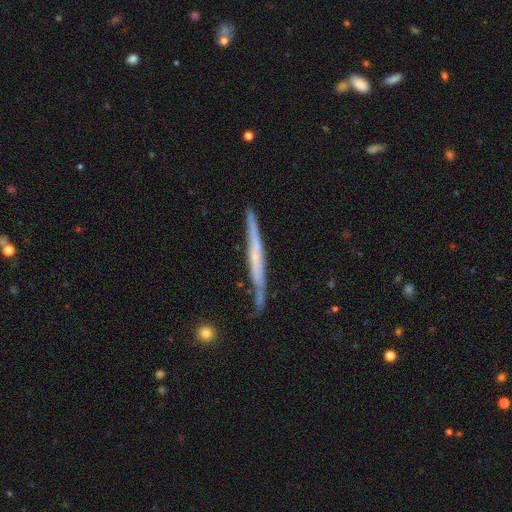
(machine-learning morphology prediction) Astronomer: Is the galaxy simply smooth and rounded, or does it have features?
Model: featured or disk — 63%.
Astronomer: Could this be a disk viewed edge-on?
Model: yes — 95%.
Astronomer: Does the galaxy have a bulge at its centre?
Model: none — 74%.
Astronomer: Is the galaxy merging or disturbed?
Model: none — 79%.